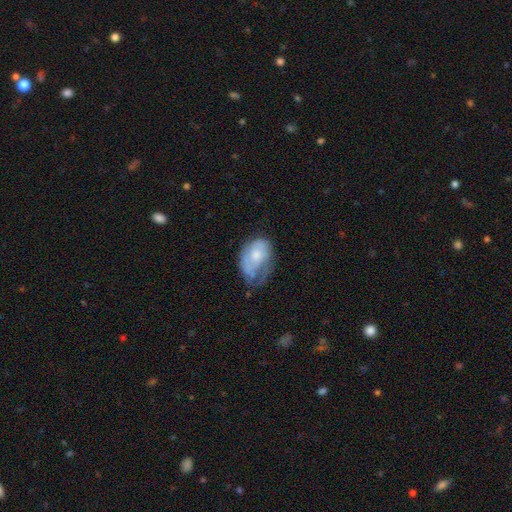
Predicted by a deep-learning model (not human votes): Smooth or featured? Predicted: smooth (p=0.51). How rounded? Predicted: in between (p=0.84). Merging? Predicted: minor disturbance (p=0.37).